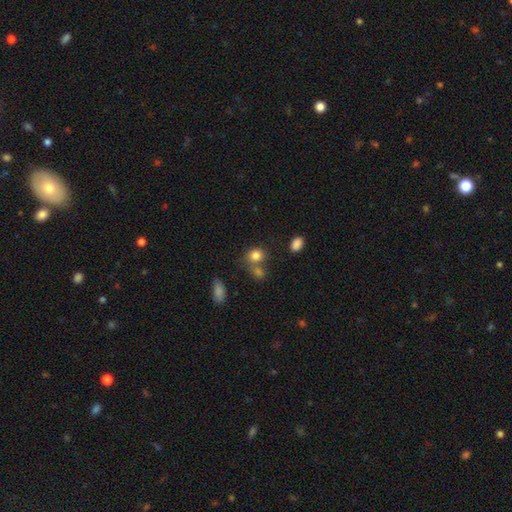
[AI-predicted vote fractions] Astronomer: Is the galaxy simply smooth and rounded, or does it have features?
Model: smooth — 82%.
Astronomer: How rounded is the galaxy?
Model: round — 66%.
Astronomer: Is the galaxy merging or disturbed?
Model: none — 54%.